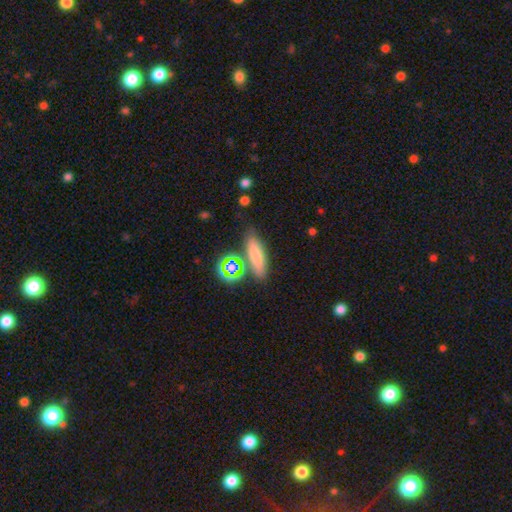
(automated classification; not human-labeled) smooth_or_featured: smooth (p=0.71) [alt: star or artifact p=0.15]
how_rounded: cigar-shaped (p=0.49) [alt: in between p=0.42]
merging: none (p=0.71) [alt: minor disturbance p=0.14]